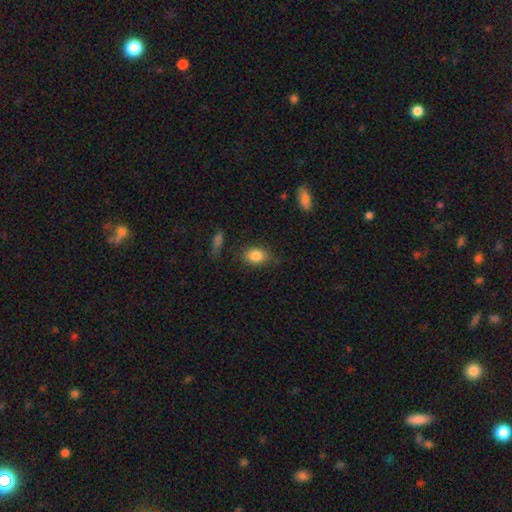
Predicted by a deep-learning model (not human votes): Overall: smooth (85%). How rounded: in between (75%). Merging: none (72%).